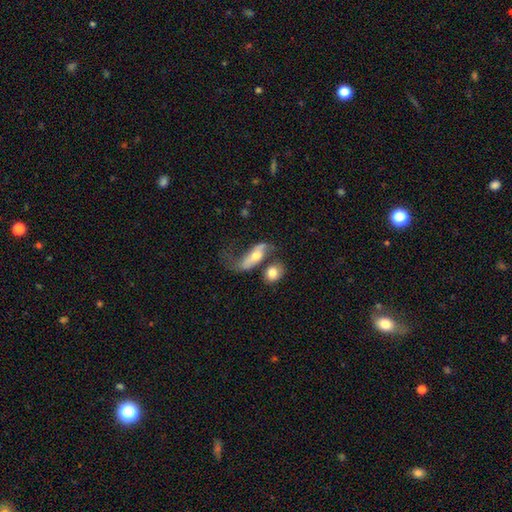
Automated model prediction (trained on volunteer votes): Morphology: type=featured or disk (47%); merging=none (42%).